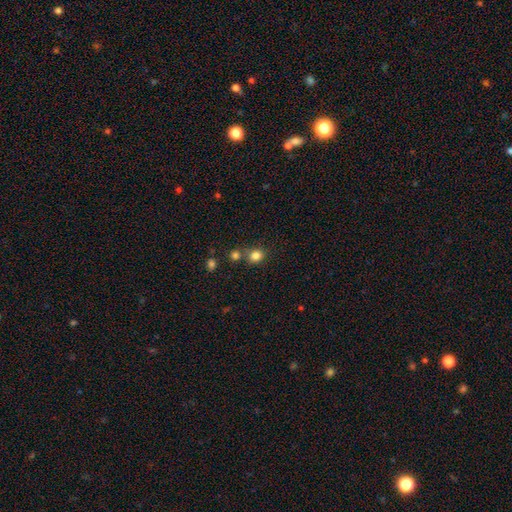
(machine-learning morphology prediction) type=smooth (82%); roundness=round (68%); merging=none (64%).